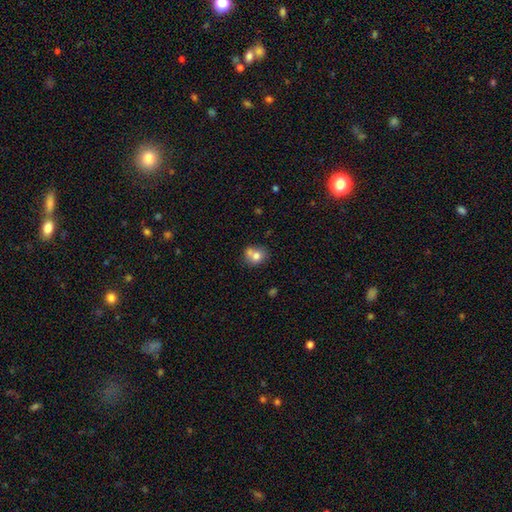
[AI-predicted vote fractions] Smooth or featured? Predicted: smooth (p=0.74). How rounded? Predicted: round (p=0.68). Merging? Predicted: none (p=0.42).